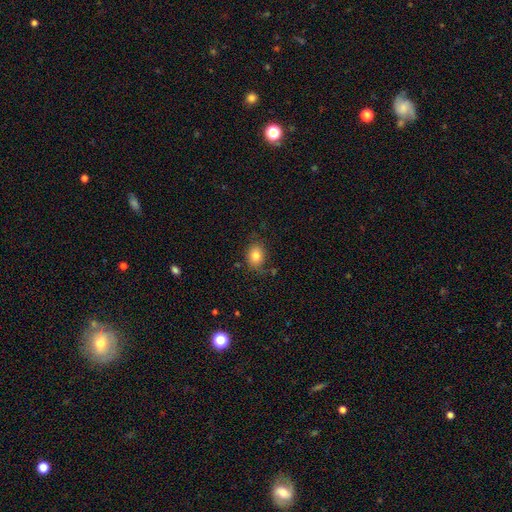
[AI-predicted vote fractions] A smooth galaxy with no disk features (82%) that is in between round and cigar-shaped (57%).

Vote fractions:
- Smooth or featured? smooth: 82% / star or artifact: 10% / featured or disk: 8%
- How rounded? in between: 57% / round: 42% / cigar-shaped: 1%
- Merging? none: 78% / minor disturbance: 16% / major disturbance: 4% / merger: 2%